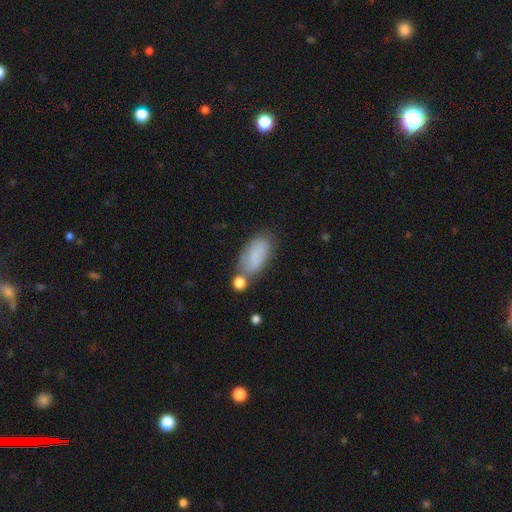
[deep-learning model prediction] Morphology: type=smooth (75%); roundness=in between (89%); merging=none (56%).